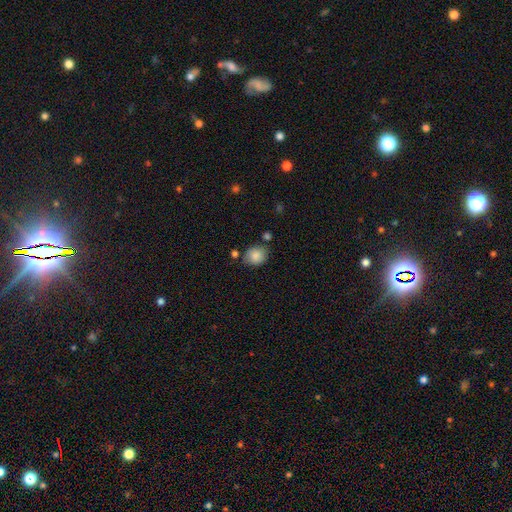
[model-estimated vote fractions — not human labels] smooth_or_featured: smooth (p=0.86) [alt: star or artifact p=0.08]
how_rounded: round (p=0.58) [alt: in between p=0.41]
merging: none (p=0.70) [alt: minor disturbance p=0.18]